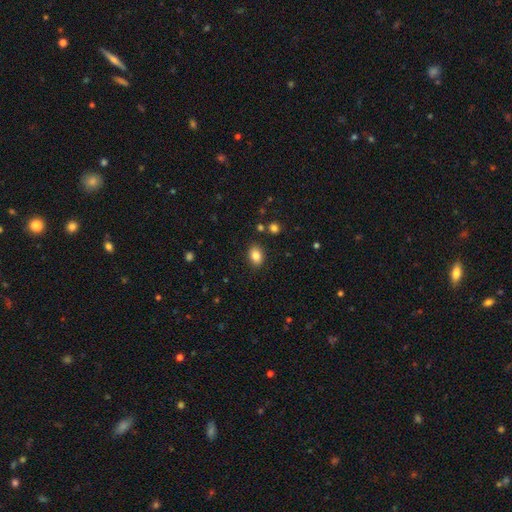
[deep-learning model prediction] Smooth or featured? smooth (84%)
How rounded? in between (76%)
Merging? none (86%)